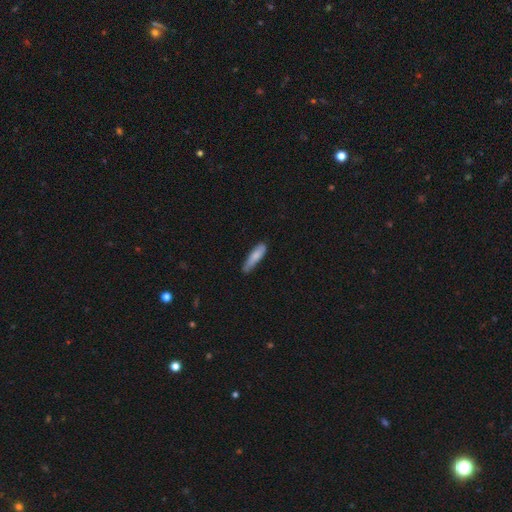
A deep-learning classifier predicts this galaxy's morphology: This is likely a smooth galaxy (79%). How rounded: likely cigar-shaped (73%). Merging: likely none (67%).